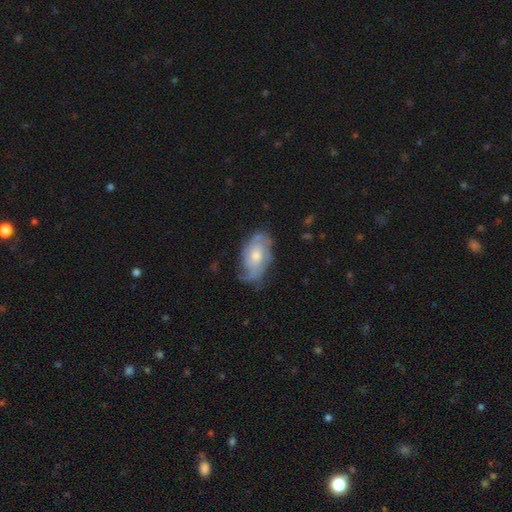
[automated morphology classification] smooth_or_featured: featured or disk (p=0.73) [alt: smooth p=0.20]
disk_edge_on: no (p=0.95) [alt: yes p=0.05]
bar: no (p=0.73) [alt: weak p=0.24]
has_spiral_arms: yes (p=0.89) [alt: no p=0.11]
spiral_winding: tight (p=0.45) [alt: medium p=0.38]
spiral_arm_count: can't tell (p=0.36) [alt: 2 p=0.30]
bulge_size: moderate (p=0.63) [alt: small p=0.30]
merging: none (p=0.64) [alt: minor disturbance p=0.25]